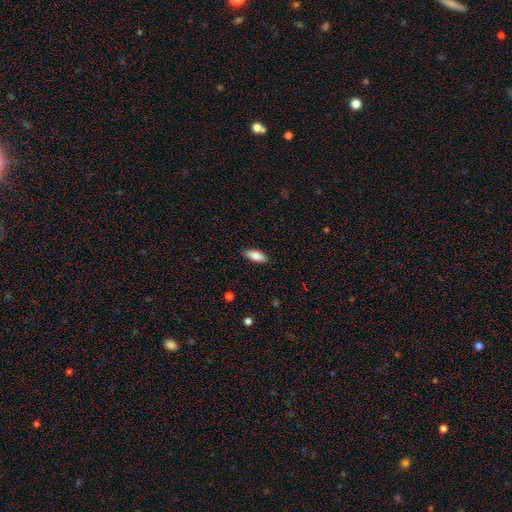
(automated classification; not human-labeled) This appears to be a smooth galaxy with no disk features (84%) that is in between round and cigar-shaped (83%). Merging: none (87%).